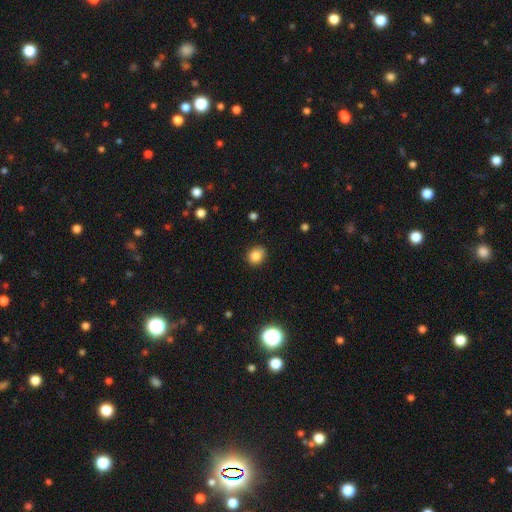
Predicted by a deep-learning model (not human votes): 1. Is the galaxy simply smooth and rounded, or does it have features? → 84% smooth, 11% star or artifact, 5% featured or disk.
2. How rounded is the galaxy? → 64% round, 35% in between, 1% cigar-shaped.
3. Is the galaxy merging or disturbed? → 84% none, 13% minor disturbance, 2% major disturbance, 1% merger.